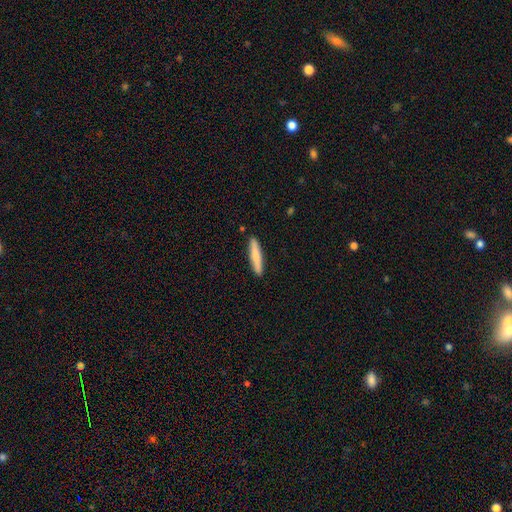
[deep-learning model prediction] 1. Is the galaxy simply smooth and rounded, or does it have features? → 74% smooth, 21% featured or disk, 5% star or artifact.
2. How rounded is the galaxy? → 90% cigar-shaped, 9% in between, 1% round.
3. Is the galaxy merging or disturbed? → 90% none, 7% minor disturbance, 1% major disturbance, 1% merger.